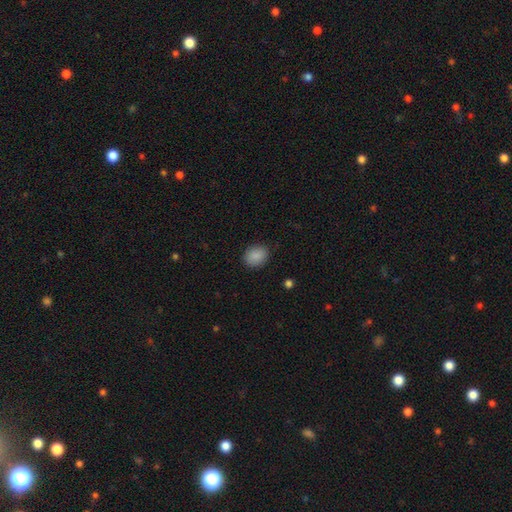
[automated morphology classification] Smooth or featured: smooth — 89% (star or artifact — 8%)
How rounded: in between — 51% (round — 48%)
Merging: none — 87% (minor disturbance — 9%)